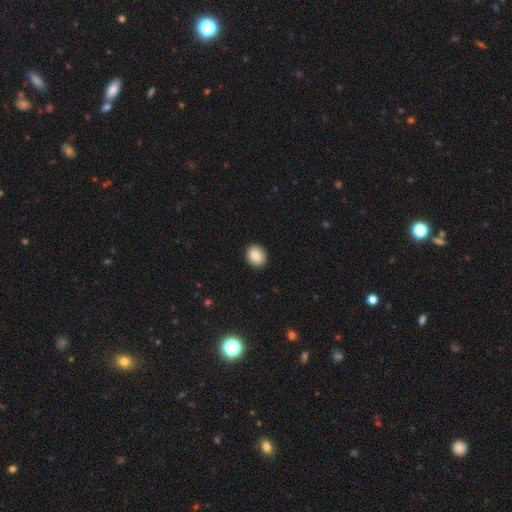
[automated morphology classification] type=smooth (86%); roundness=round (68%); merging=none (91%).